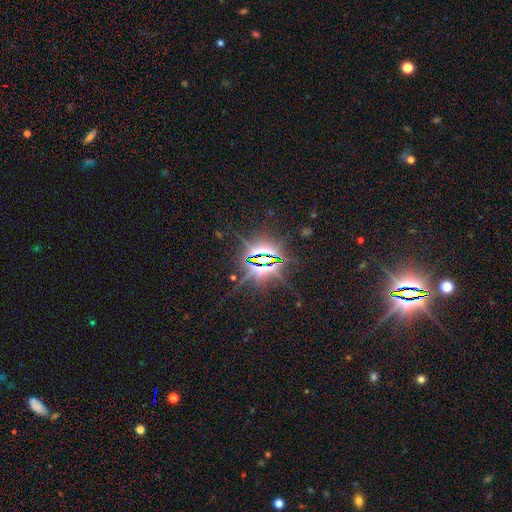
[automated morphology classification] Overall: star or artifact (86%).